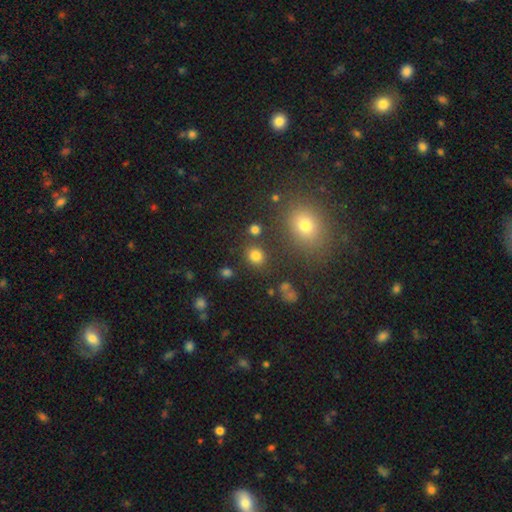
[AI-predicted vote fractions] Smooth or featured?
  - smooth: 80% *
  - star or artifact: 15%
  - featured or disk: 6%
How rounded?
  - round: 71% *
  - in between: 28%
  - cigar-shaped: 1%
Merging?
  - none: 82% *
  - minor disturbance: 9%
  - merger: 6%
  - major disturbance: 3%